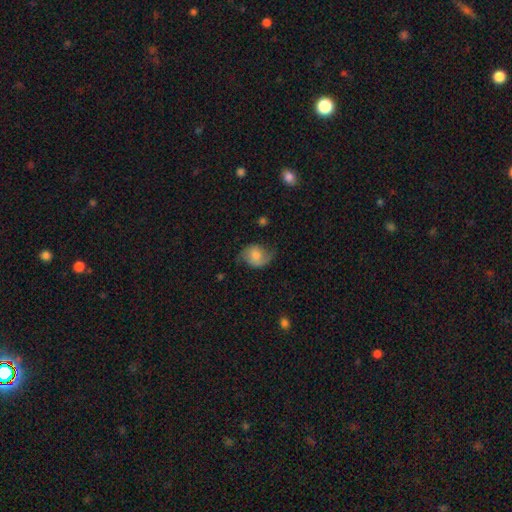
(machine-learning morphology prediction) Smooth or featured?
  - smooth: 46% *
  - featured or disk: 45%
  - star or artifact: 9%
Merging?
  - none: 59% *
  - minor disturbance: 27%
  - major disturbance: 12%
  - merger: 2%